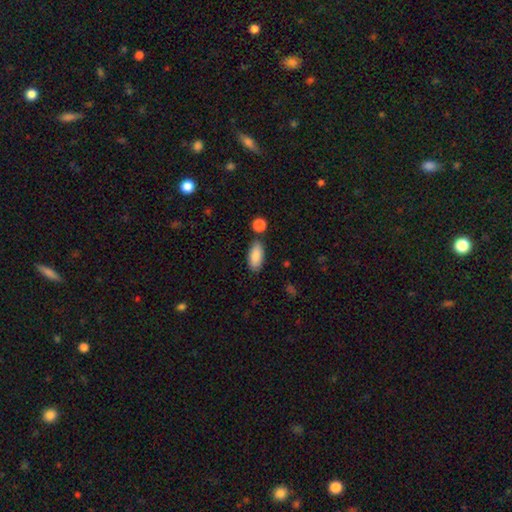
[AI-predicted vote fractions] smooth 88%, featured or disk 6%, star or artifact 6%. Down the decision tree: how rounded — in between (90%); merging — none (79%).